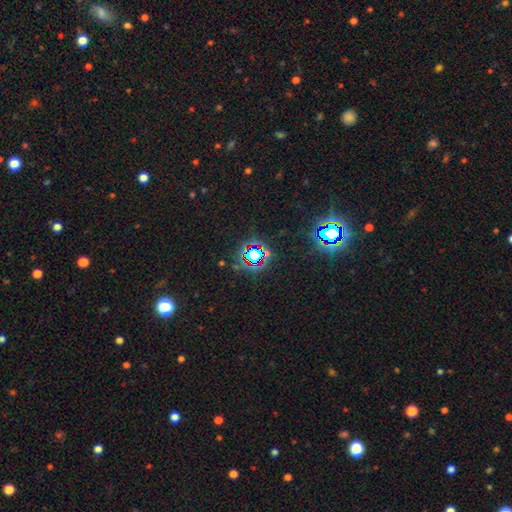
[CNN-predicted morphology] This is likely a star or artifact rather than a galaxy (79%).